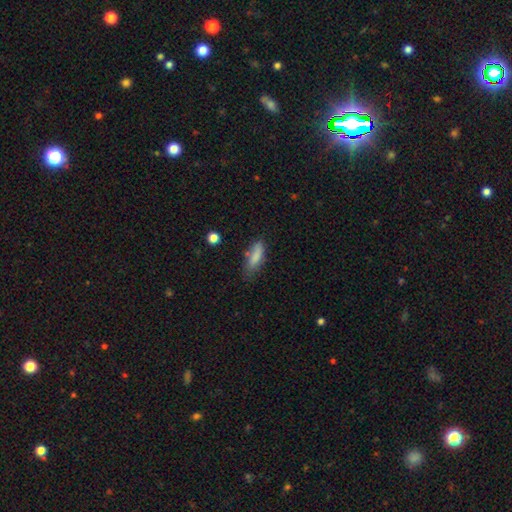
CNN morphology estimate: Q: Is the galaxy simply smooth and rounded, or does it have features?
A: smooth — 82%.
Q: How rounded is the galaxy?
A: in between — 54%.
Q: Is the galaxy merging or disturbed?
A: none — 58%.